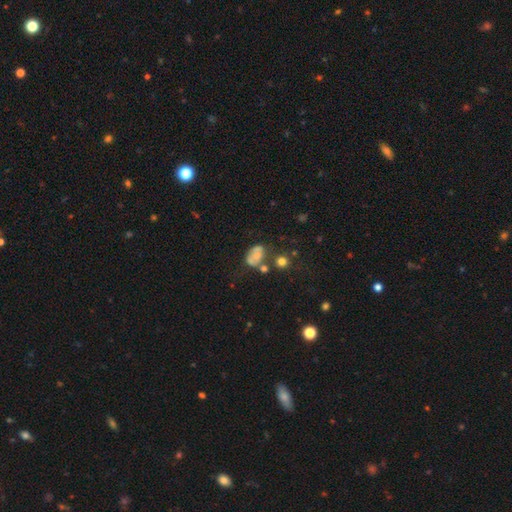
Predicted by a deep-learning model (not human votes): The model was most divided on "merging": none: 38%, minor disturbance: 24%, merger: 23%, major disturbance: 14%. More confident: how rounded — in between (76%); smooth or featured — smooth (53%).